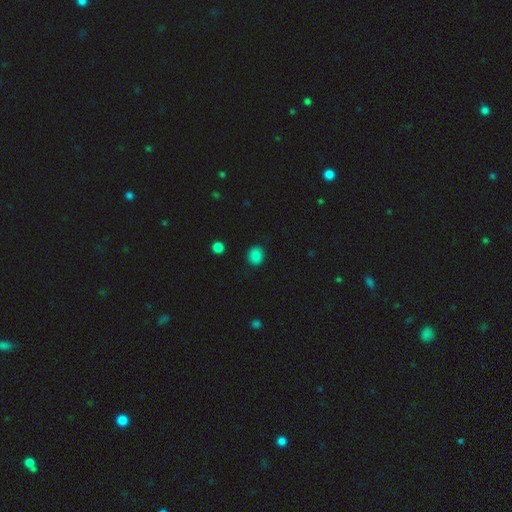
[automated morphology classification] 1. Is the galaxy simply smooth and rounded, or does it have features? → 86% smooth, 11% star or artifact, 3% featured or disk.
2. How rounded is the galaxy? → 77% round, 23% in between, 1% cigar-shaped.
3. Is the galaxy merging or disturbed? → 90% none, 7% minor disturbance, 2% major disturbance, 1% merger.